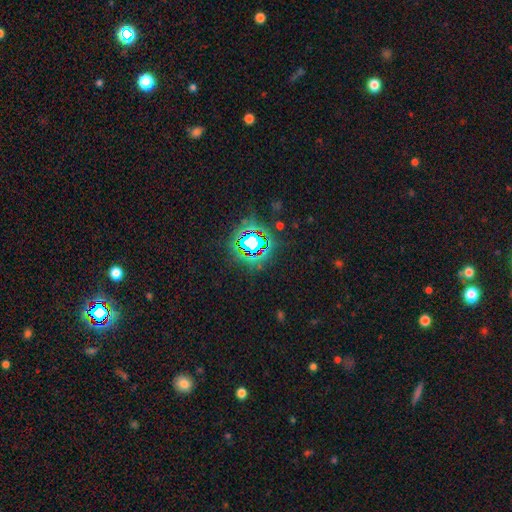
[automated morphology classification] This appears to be a star or artifact, not a galaxy (82%).